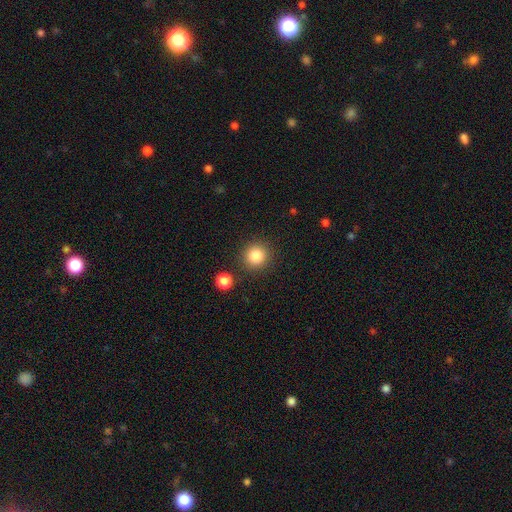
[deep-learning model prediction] The model was most divided on "smooth or featured": smooth: 85%, star or artifact: 10%, featured or disk: 4%. More confident: how rounded — round (93%); merging — none (87%).